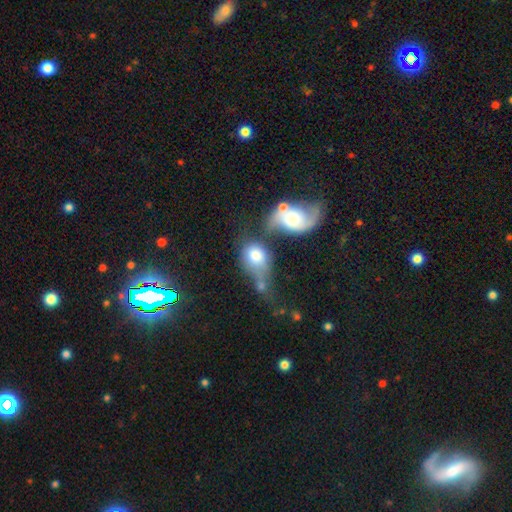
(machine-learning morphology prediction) This is likely a smooth galaxy (65%). How rounded: possibly in between (58%). Merging: possibly merger (53%).